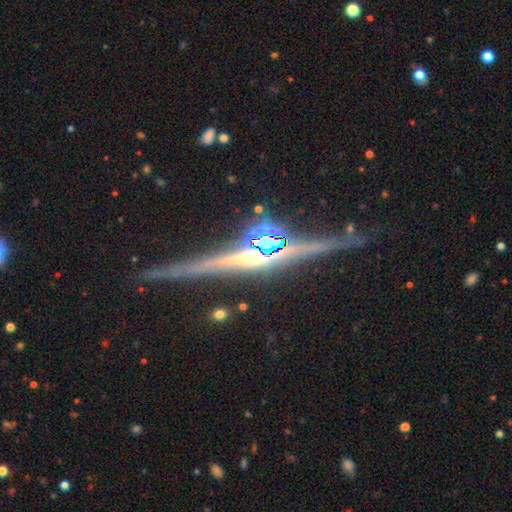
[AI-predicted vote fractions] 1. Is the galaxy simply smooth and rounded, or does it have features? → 74% featured or disk, 19% star or artifact, 7% smooth.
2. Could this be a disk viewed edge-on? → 96% yes, 4% no.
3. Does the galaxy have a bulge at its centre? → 71% rounded, 18% none, 10% boxy.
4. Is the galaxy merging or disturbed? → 85% none, 9% minor disturbance, 3% merger, 3% major disturbance.